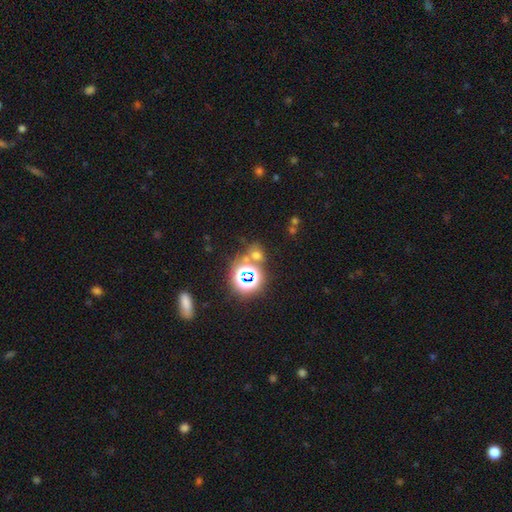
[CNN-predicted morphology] Smooth or featured? smooth (46%)
Merging? none (64%)